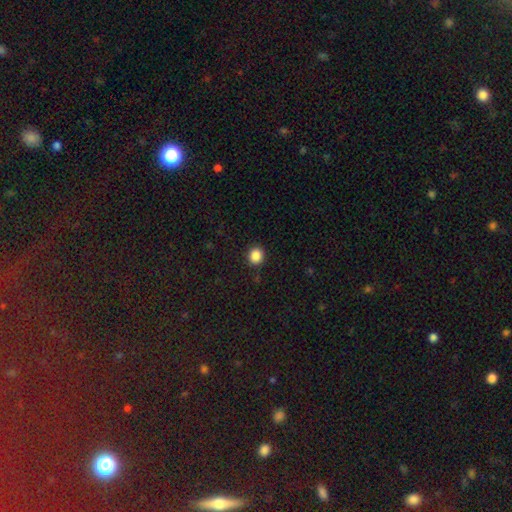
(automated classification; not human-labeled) The model was most divided on "how rounded": round: 81%, in between: 18%, cigar-shaped: 1%. More confident: merging — none (90%); smooth or featured — smooth (87%).